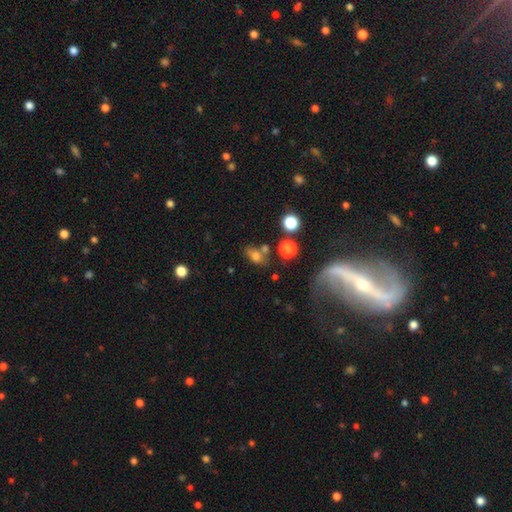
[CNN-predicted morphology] smooth 72%, star or artifact 16%, featured or disk 12%. Down the decision tree: how rounded — in between (71%); merging — none (56%).